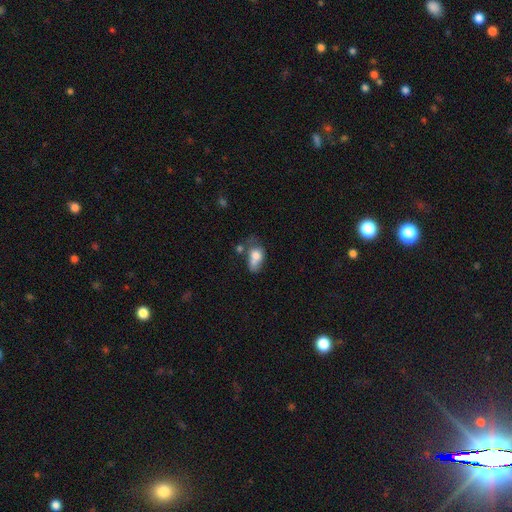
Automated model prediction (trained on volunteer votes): This is likely a smooth galaxy (69%). How rounded: likely in between (80%). Merging: marginally major disturbance (29%).